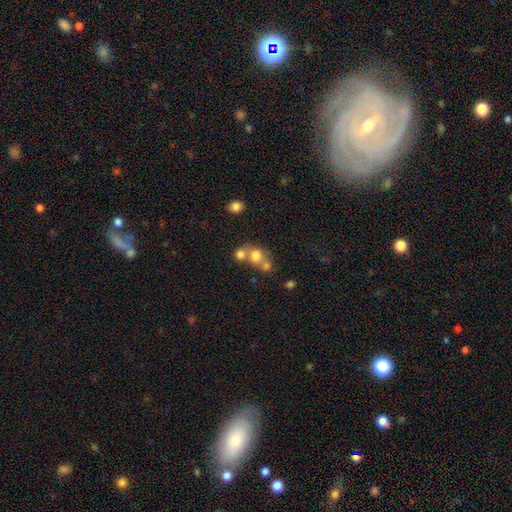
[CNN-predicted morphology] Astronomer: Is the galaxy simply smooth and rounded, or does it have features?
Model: smooth — 71%.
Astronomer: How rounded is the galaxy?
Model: round — 68%.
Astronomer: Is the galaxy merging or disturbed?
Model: merger — 58%.